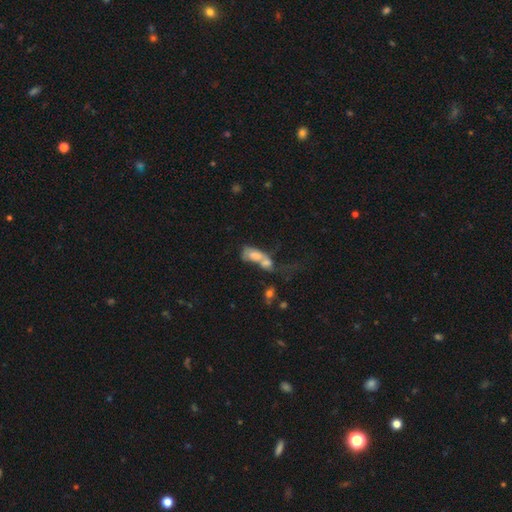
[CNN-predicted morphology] Overall: smooth (61%; featured or disk 28%). How rounded: in between (81%). Merging: merger (69%).